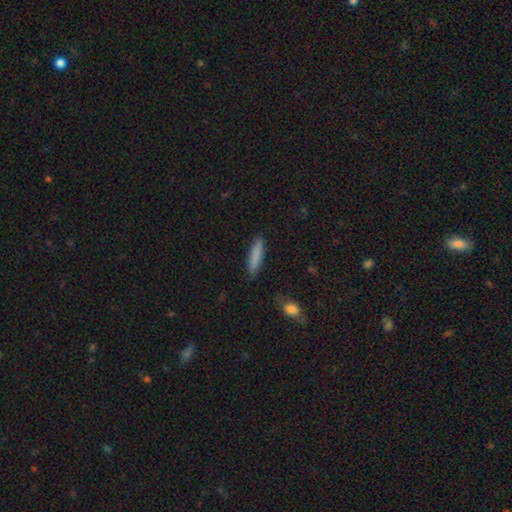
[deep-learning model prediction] A smooth galaxy with no disk features (85%) that is cigar-shaped (81%).

Vote fractions:
- Smooth or featured? smooth: 85% / featured or disk: 9% / star or artifact: 6%
- How rounded? cigar-shaped: 81% / in between: 17% / round: 1%
- Merging? none: 87% / minor disturbance: 9% / major disturbance: 2% / merger: 2%